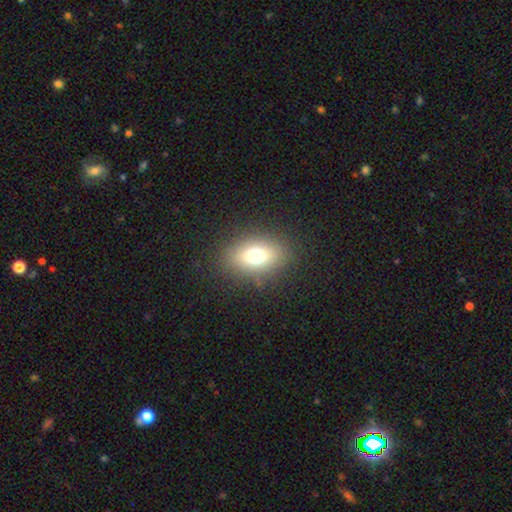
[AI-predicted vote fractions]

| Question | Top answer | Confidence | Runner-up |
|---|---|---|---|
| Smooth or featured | smooth | 71% | star or artifact (15%) |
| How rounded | in between | 73% | round (25%) |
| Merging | none | 85% | minor disturbance (9%) |